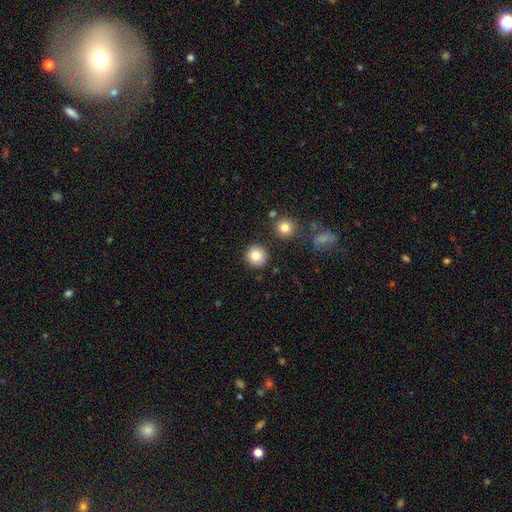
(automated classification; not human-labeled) smooth-or-featured: smooth: 83% | star or artifact: 9% | featured or disk: 7%
  how-rounded: round: 94% | in between: 5% | cigar-shaped: 1%
  merging: none: 89% | minor disturbance: 6% | merger: 2% | major disturbance: 2%